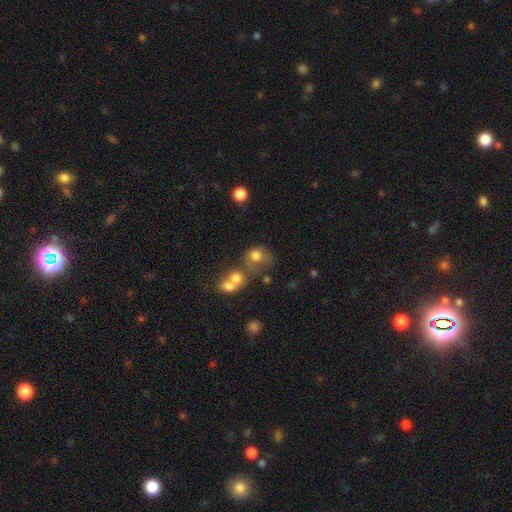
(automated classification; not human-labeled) This appears to be a smooth galaxy with no disk features (70%) that is round (65%). Merging: merger (40%).